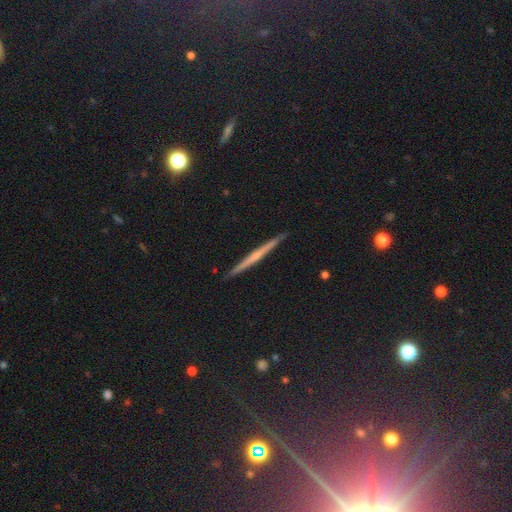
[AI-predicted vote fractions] Q: Smooth or featured?
A: featured or disk (59%); runner-up: smooth (31%)
Q: Edge-on disk?
A: yes (98%); runner-up: no (2%)
Q: Edge-on bulge?
A: none (67%); runner-up: rounded (26%)
Q: Merging?
A: none (92%); runner-up: minor disturbance (5%)